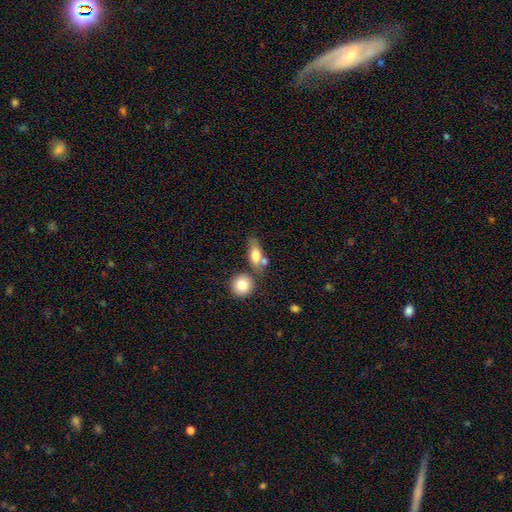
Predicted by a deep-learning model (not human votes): Smooth or featured? smooth (75%)
How rounded? in between (71%)
Merging? none (47%)